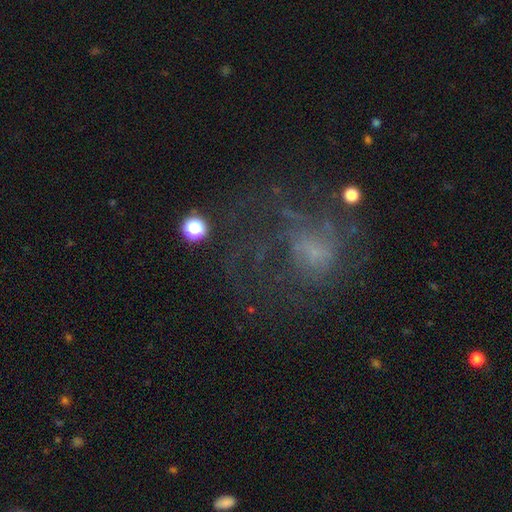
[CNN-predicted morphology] Smooth or featured? Predicted: featured or disk (p=0.49). Merging? Predicted: none (p=0.45).